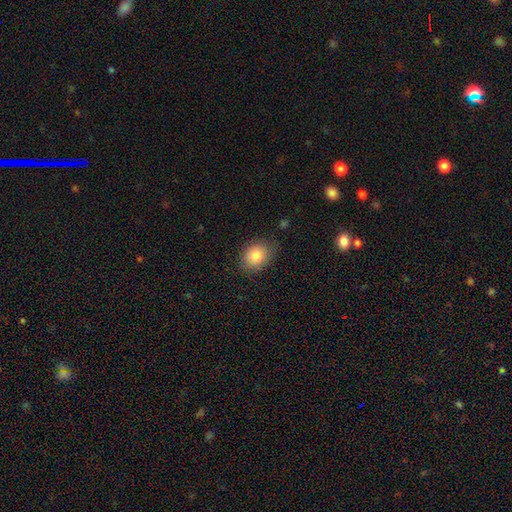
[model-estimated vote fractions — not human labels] Overall: smooth (83%). How rounded: in between (55%; round 44%). Merging: none (78%).